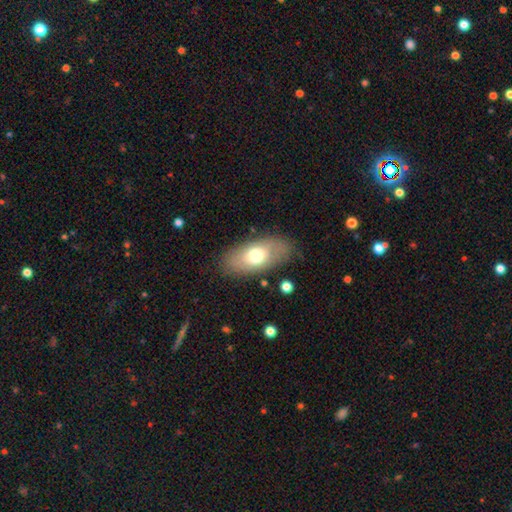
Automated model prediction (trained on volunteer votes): Smooth or featured? Predicted: smooth (p=0.67). How rounded? Predicted: in between (p=0.90). Merging? Predicted: none (p=0.81).